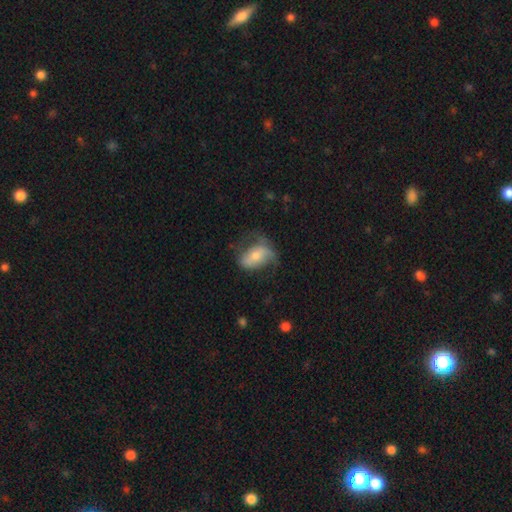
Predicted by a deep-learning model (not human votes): Overall: smooth (49%; featured or disk 44%). Merging: none (46%; minor disturbance 29%).